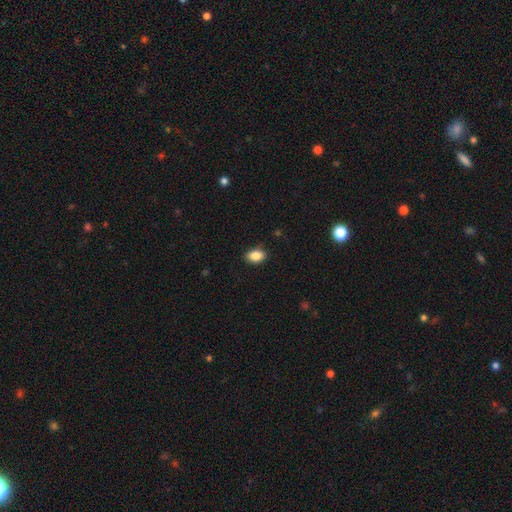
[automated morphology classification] Smooth or featured: smooth — 87% (star or artifact — 8%)
How rounded: in between — 86% (round — 12%)
Merging: none — 87% (minor disturbance — 10%)